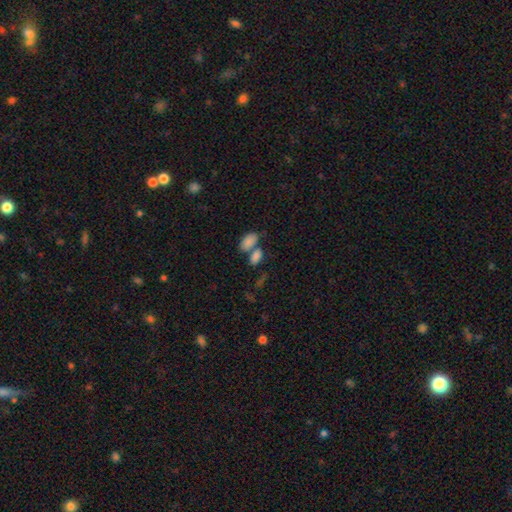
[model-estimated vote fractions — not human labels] smooth 83%, star or artifact 9%, featured or disk 8%. Down the decision tree: how rounded — in between (91%); merging — merger (47%).